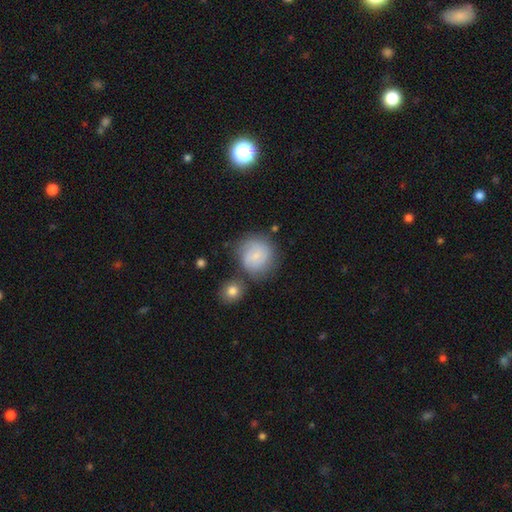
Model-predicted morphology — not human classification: Smooth or featured? smooth (69%)
How rounded? round (88%)
Merging? none (65%)